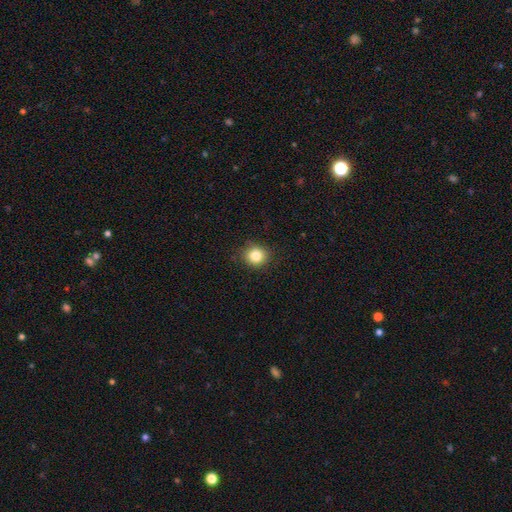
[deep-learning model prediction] The model was most divided on "smooth or featured": smooth: 83%, star or artifact: 11%, featured or disk: 6%. More confident: merging — none (88%); how rounded — round (86%).